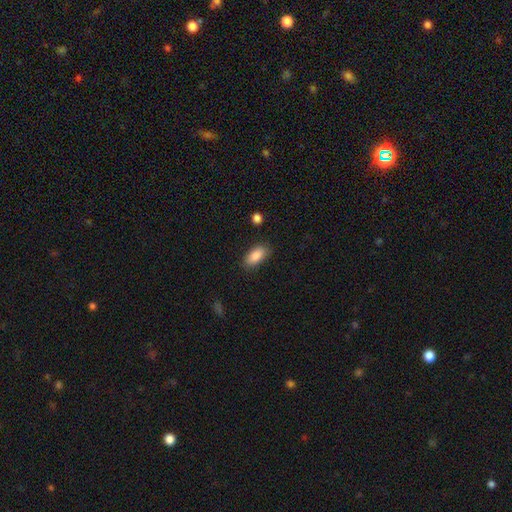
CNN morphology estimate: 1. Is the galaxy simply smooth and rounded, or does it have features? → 88% smooth, 7% star or artifact, 5% featured or disk.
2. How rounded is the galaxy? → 90% in between, 7% cigar-shaped, 3% round.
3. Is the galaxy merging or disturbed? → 84% none, 11% minor disturbance, 3% major disturbance, 2% merger.